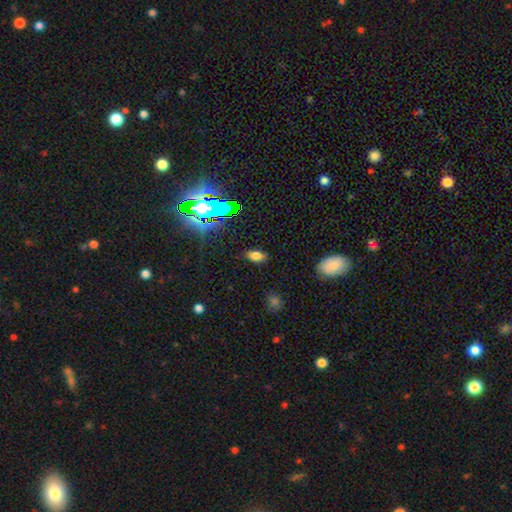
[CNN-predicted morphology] This is likely a smooth galaxy (75%). How rounded: clearly in between (89%). Merging: clearly none (85%).